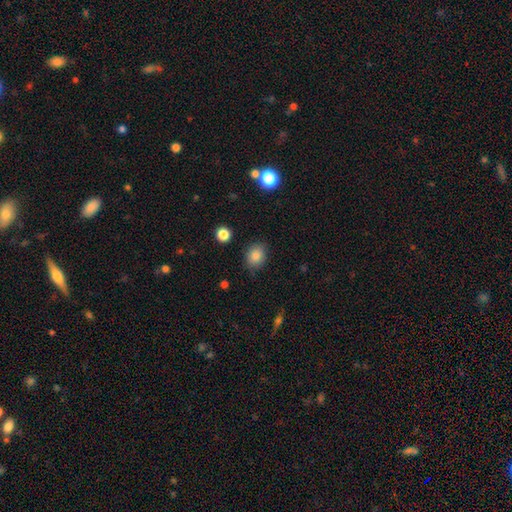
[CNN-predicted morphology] Smooth or featured? Predicted: smooth (p=0.84). How rounded? Predicted: round (p=0.50). Merging? Predicted: none (p=0.83).